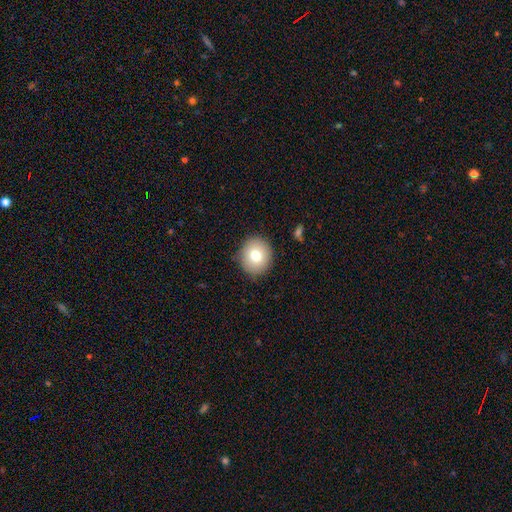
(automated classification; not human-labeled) This is likely a smooth galaxy (75%). How rounded: clearly round (84%). Merging: clearly none (87%).